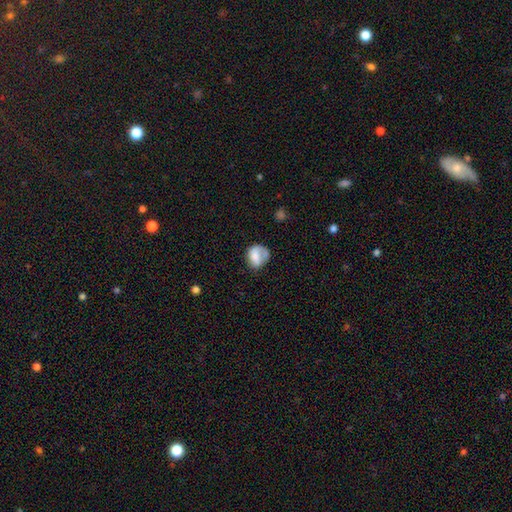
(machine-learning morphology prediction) smooth-or-featured: smooth: 69% | featured or disk: 23% | star or artifact: 8%
  how-rounded: round: 58% | in between: 40% | cigar-shaped: 1%
  merging: none: 43% | minor disturbance: 27% | major disturbance: 22% | merger: 8%